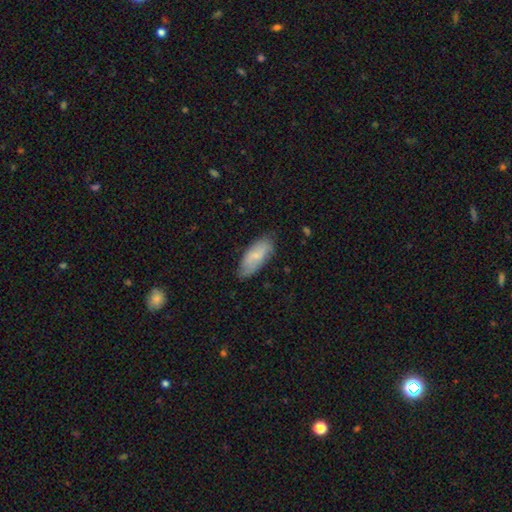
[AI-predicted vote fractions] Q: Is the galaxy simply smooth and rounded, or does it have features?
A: smooth — 74%.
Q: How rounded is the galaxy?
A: in between — 81%.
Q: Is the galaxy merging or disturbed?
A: none — 75%.